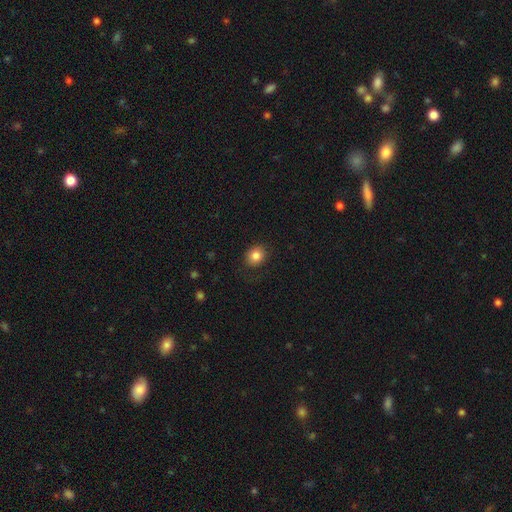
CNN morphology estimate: smooth-or-featured: smooth: 83% | star or artifact: 10% | featured or disk: 6%
  how-rounded: round: 70% | in between: 30% | cigar-shaped: 1%
  merging: none: 84% | minor disturbance: 11% | major disturbance: 4% | merger: 1%